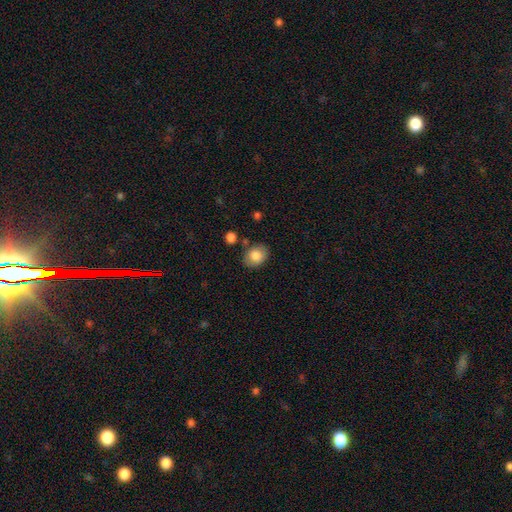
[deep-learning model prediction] Smooth or featured?
  - smooth: 83% *
  - featured or disk: 9%
  - star or artifact: 8%
How rounded?
  - in between: 64% *
  - round: 35%
  - cigar-shaped: 1%
Merging?
  - none: 78% *
  - minor disturbance: 14%
  - merger: 4%
  - major disturbance: 4%